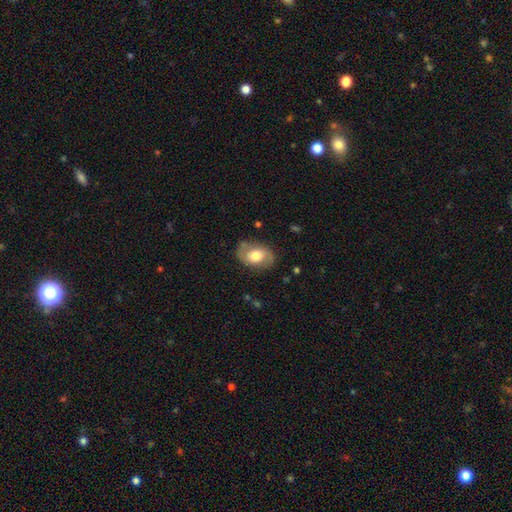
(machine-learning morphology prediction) Smooth or featured: featured or disk — 48% (smooth — 45%)
Merging: none — 77% (minor disturbance — 16%)